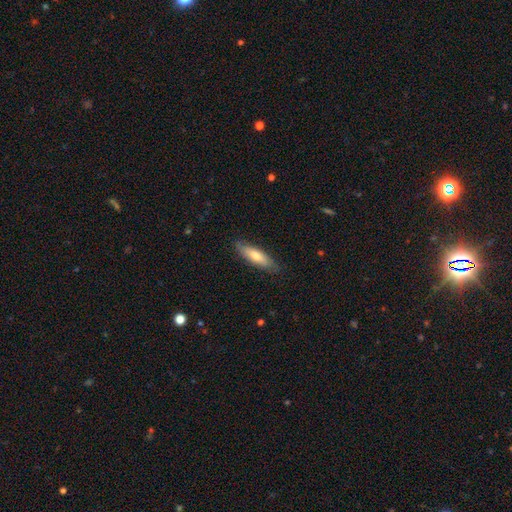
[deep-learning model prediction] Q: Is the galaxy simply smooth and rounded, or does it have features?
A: smooth — 64%.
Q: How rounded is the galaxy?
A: cigar-shaped — 62%.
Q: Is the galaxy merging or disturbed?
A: none — 83%.